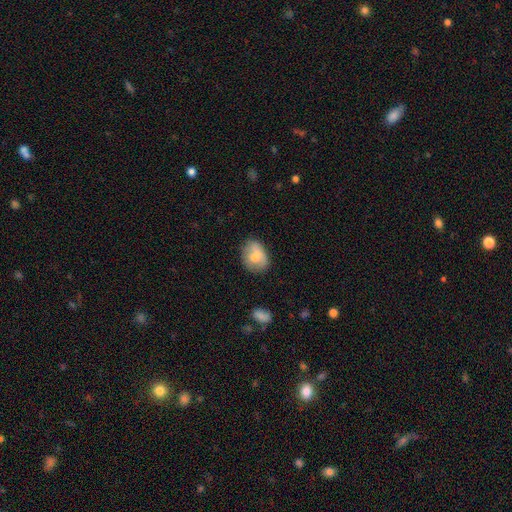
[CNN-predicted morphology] A smooth galaxy with no disk features (68%) that is in between round and cigar-shaped (63%). Merging: none (59%).